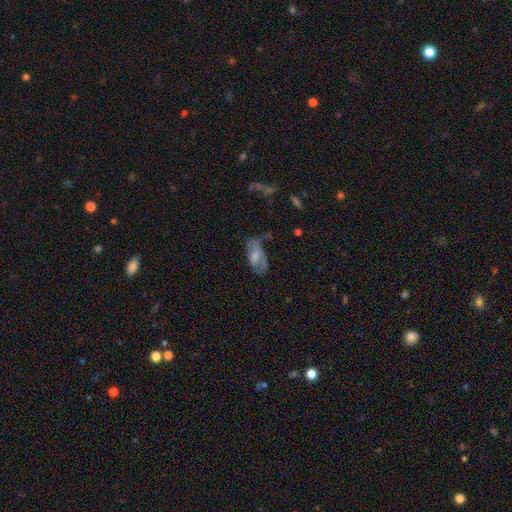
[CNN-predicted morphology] This is possibly a smooth galaxy (56%). How rounded: clearly in between (90%). Merging: marginally none (33%).